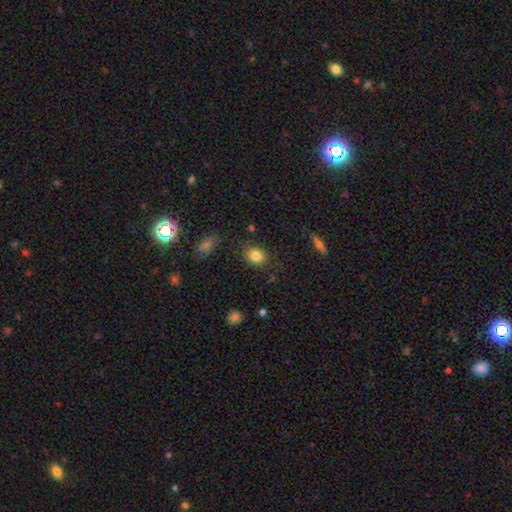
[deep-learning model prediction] Smooth or featured? smooth (83%)
How rounded? in between (52%)
Merging? none (83%)